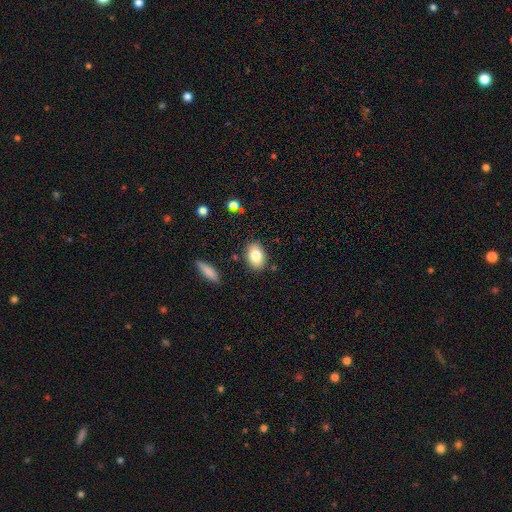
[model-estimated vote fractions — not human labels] Overall: smooth (83%). How rounded: in between (85%). Merging: none (84%).